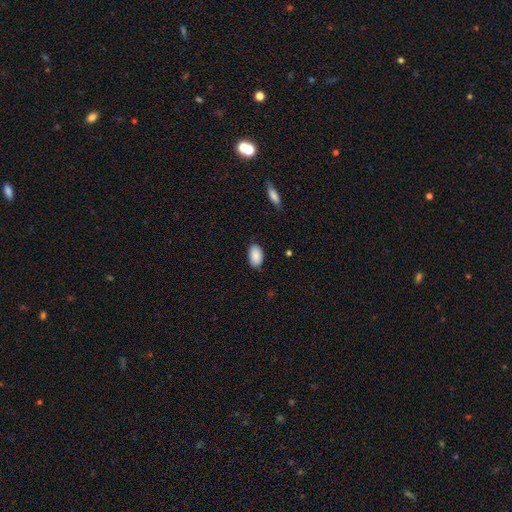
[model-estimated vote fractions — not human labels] smooth-or-featured: smooth: 90% | star or artifact: 6% | featured or disk: 4%
  how-rounded: in between: 93% | round: 5% | cigar-shaped: 1%
  merging: none: 84% | minor disturbance: 12% | major disturbance: 2% | merger: 1%